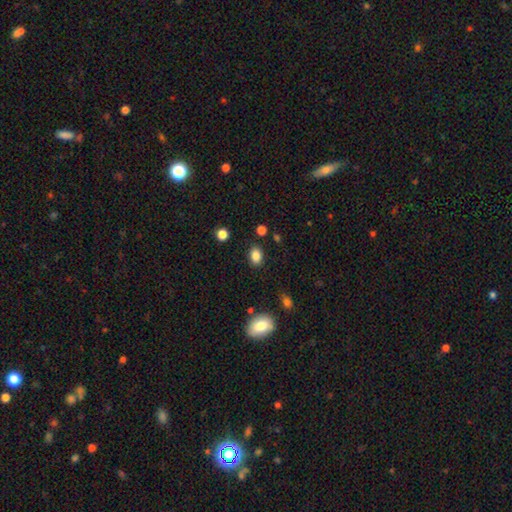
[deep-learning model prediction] smooth 85%, star or artifact 10%, featured or disk 5%. Down the decision tree: how rounded — in between (77%); merging — none (85%).